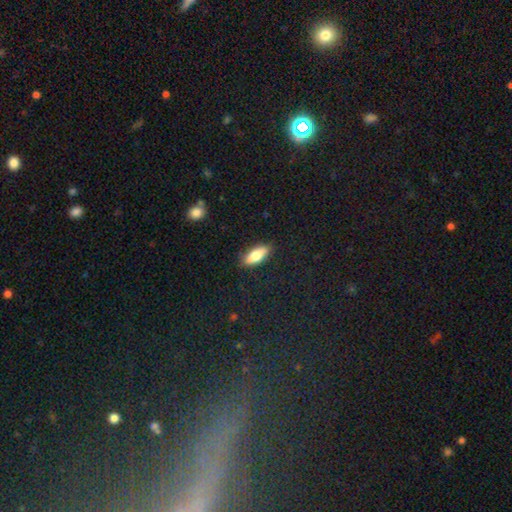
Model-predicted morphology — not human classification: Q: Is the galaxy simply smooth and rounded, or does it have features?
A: smooth — 77%.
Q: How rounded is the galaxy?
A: in between — 73%.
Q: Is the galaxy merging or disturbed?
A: none — 84%.